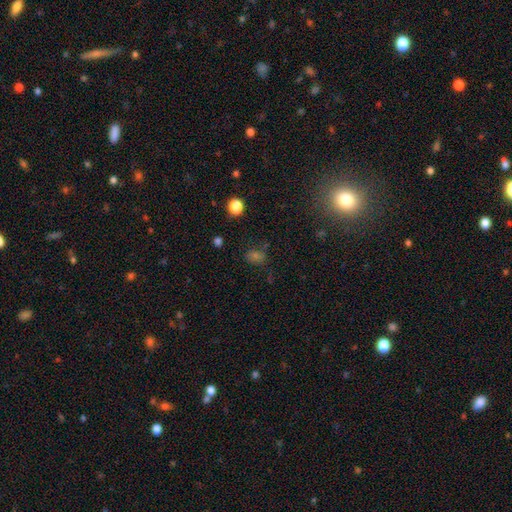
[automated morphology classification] Q: Smooth or featured?
A: smooth (50%); runner-up: star or artifact (39%)
Q: How rounded?
A: in between (58%); runner-up: round (40%)
Q: Merging?
A: none (69%); runner-up: minor disturbance (17%)